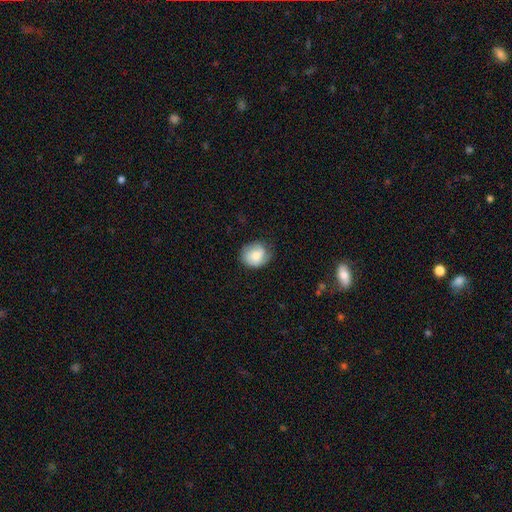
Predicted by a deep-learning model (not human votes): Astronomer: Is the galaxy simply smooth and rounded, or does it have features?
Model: smooth — 69%.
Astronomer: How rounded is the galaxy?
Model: round — 69%.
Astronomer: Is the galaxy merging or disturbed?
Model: none — 66%.